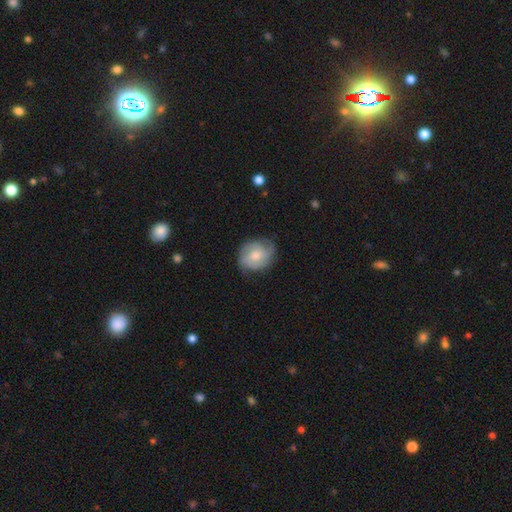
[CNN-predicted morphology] smooth_or_featured: featured or disk (p=0.61) [alt: smooth p=0.33]
disk_edge_on: no (p=0.98) [alt: yes p=0.02]
bar: no (p=0.72) [alt: weak p=0.24]
has_spiral_arms: yes (p=0.91) [alt: no p=0.09]
spiral_winding: tight (p=0.53) [alt: medium p=0.36]
spiral_arm_count: 3 (p=0.35) [alt: can't tell p=0.25]
bulge_size: moderate (p=0.55) [alt: small p=0.25]
merging: none (p=0.71) [alt: minor disturbance p=0.21]